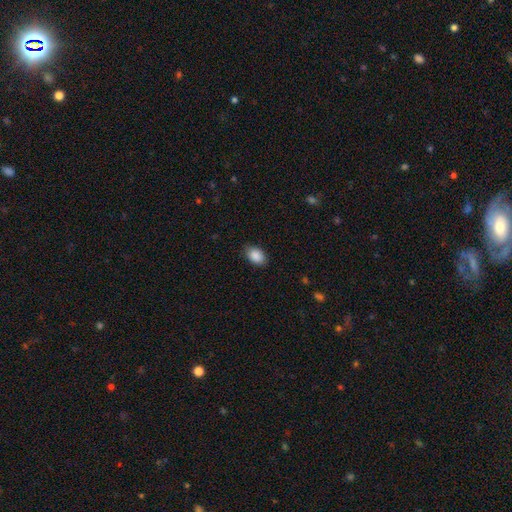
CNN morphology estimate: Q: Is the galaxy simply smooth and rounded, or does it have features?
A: smooth — 90%.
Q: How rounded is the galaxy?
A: in between — 85%.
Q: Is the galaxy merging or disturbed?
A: none — 85%.